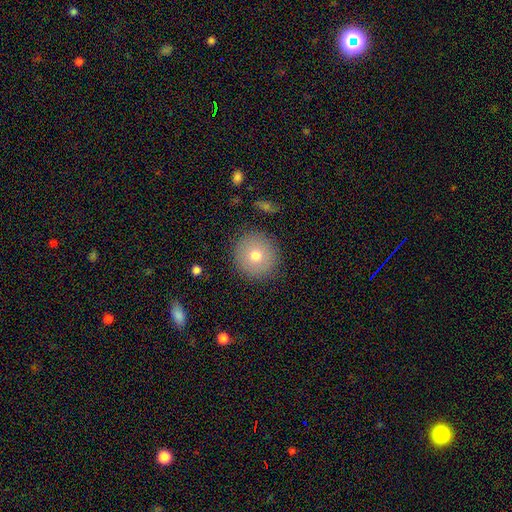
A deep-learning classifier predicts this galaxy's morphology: Smooth or featured? smooth (73%)
How rounded? round (94%)
Merging? none (89%)